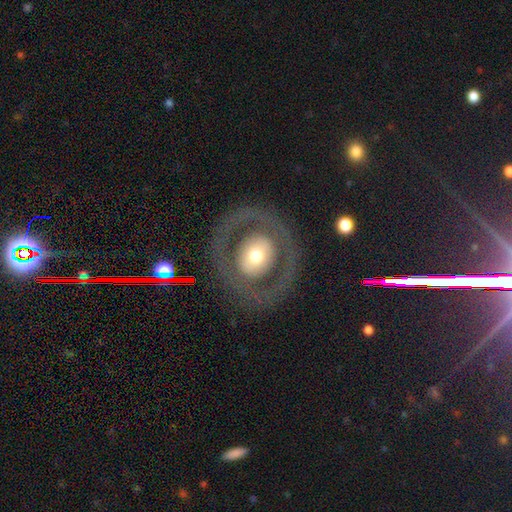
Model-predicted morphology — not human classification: Smooth or featured: featured or disk — 54% (smooth — 40%)
Edge-on disk: no — 93% (yes — 7%)
Bar: no — 81% (weak — 12%)
Spiral arms: no — 87% (yes — 13%)
Bulge size: moderate — 58% (large — 25%)
Merging: none — 81% (major disturbance — 10%)